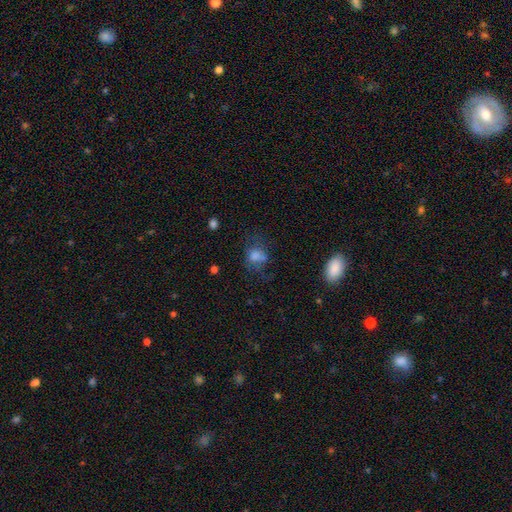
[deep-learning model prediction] smooth-or-featured: smooth: 66% | featured or disk: 18% | star or artifact: 16%
  how-rounded: round: 53% | in between: 46% | cigar-shaped: 1%
  merging: none: 47% | minor disturbance: 22% | major disturbance: 20% | merger: 10%